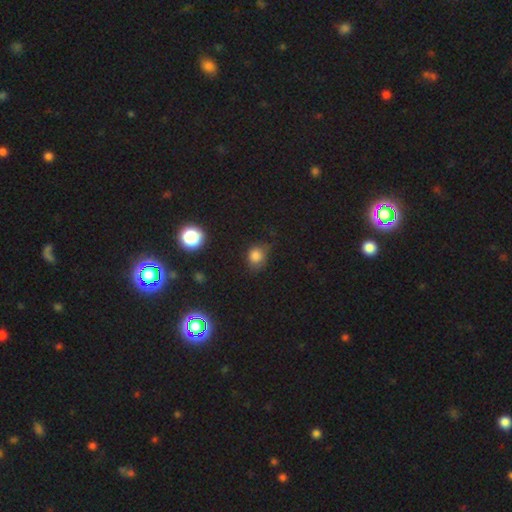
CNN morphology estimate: This is likely a smooth galaxy (80%). How rounded: likely round (68%). Merging: likely none (64%).